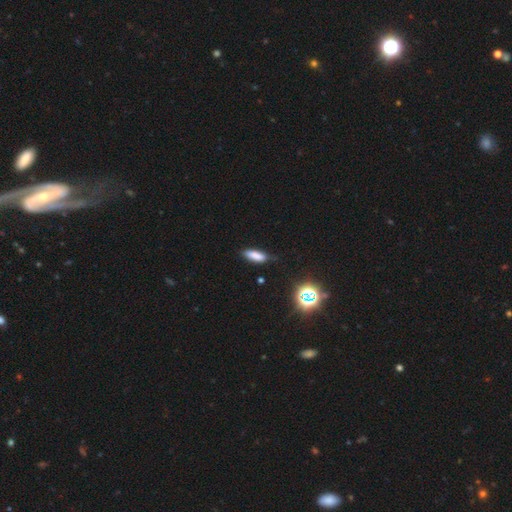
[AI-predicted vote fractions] Smooth or featured: smooth — 78% (star or artifact — 12%)
How rounded: in between — 53% (cigar-shaped — 44%)
Merging: none — 72% (minor disturbance — 22%)